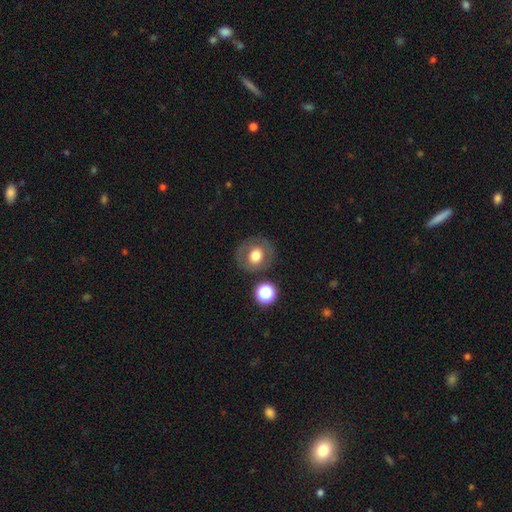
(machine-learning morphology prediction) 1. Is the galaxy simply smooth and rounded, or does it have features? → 65% smooth, 25% featured or disk, 10% star or artifact.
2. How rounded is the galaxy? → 76% round, 23% in between, 1% cigar-shaped.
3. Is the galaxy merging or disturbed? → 79% none, 11% minor disturbance, 5% major disturbance, 5% merger.